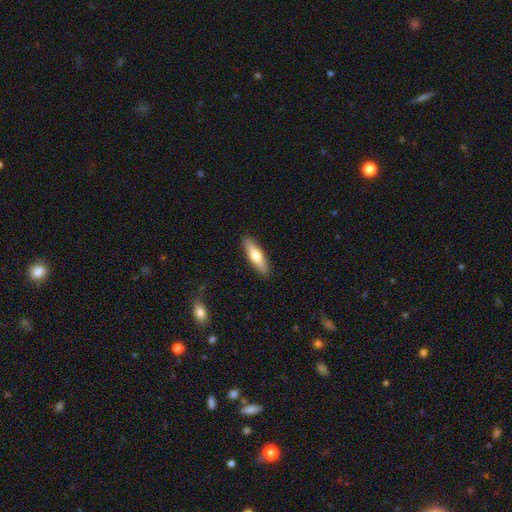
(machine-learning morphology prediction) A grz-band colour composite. It shows a smooth galaxy with no disk features (65%) that is cigar-shaped (65%). Merging: none (89%).